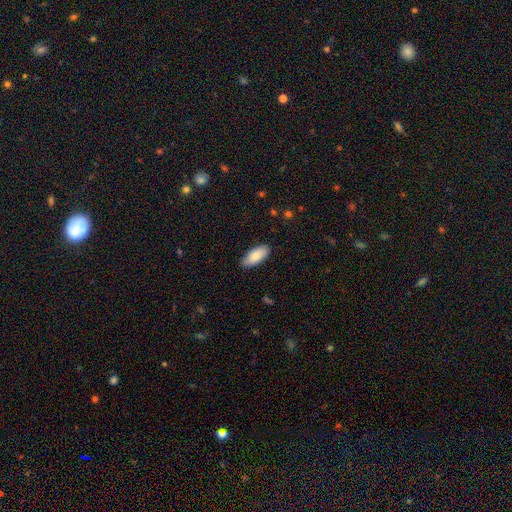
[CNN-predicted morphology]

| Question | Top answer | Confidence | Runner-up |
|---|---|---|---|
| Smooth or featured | smooth | 86% | featured or disk (9%) |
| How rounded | in between | 87% | cigar-shaped (11%) |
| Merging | none | 86% | minor disturbance (11%) |